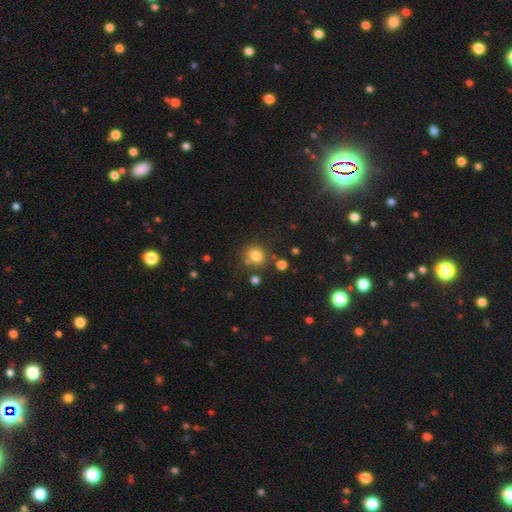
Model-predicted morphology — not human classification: Smooth or featured? smooth (79%)
How rounded? round (81%)
Merging? none (74%)